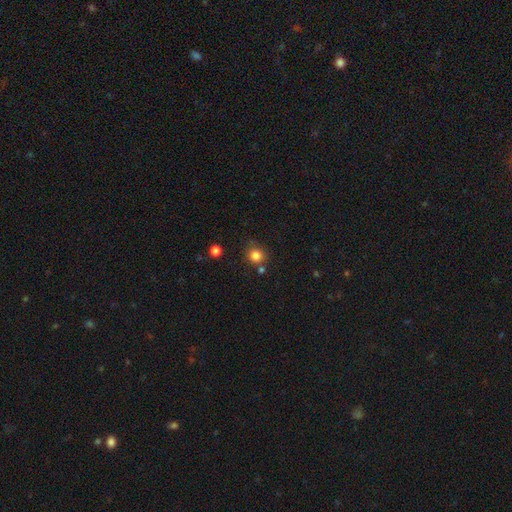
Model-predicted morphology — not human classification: Q: Smooth or featured?
A: smooth (83%); runner-up: star or artifact (12%)
Q: How rounded?
A: round (89%); runner-up: in between (10%)
Q: Merging?
A: none (74%); runner-up: minor disturbance (12%)